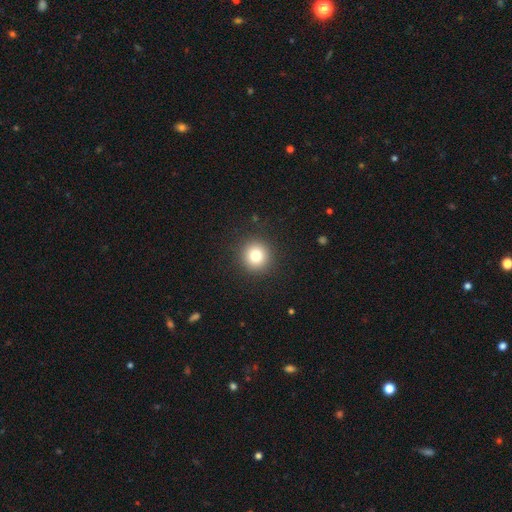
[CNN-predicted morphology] A smooth galaxy with no disk features (79%) that is round (95%). Merging: none (92%).